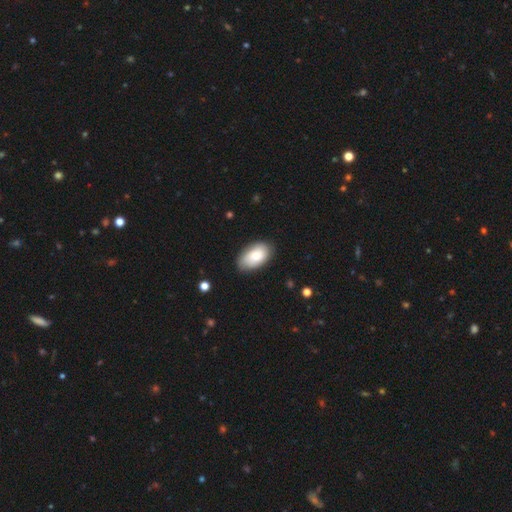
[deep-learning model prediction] smooth 78%, featured or disk 16%, star or artifact 6%. Down the decision tree: how rounded — in between (94%); merging — none (81%).